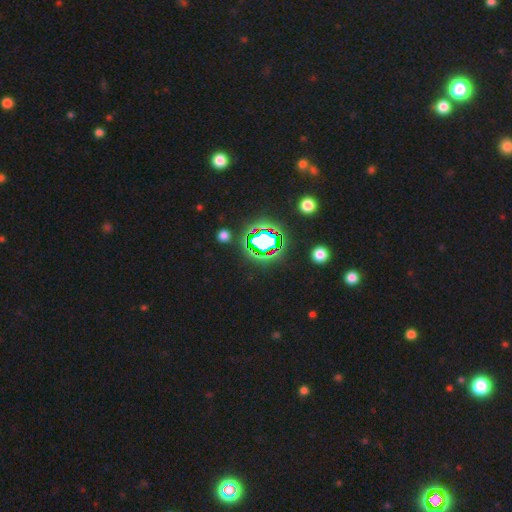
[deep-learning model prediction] A star or artifact, not a galaxy (83%).